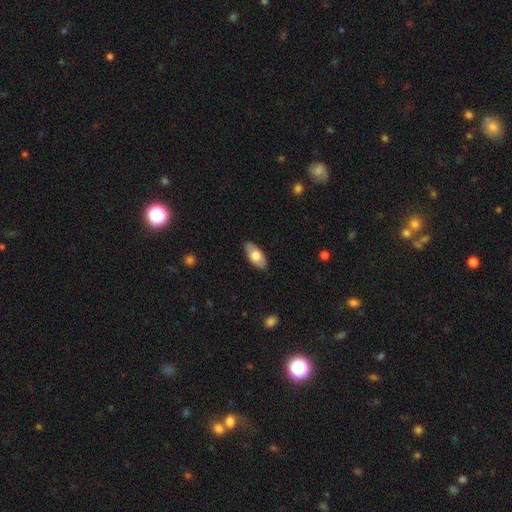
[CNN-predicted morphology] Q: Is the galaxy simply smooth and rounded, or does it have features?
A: smooth — 68%.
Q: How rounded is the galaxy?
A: in between — 91%.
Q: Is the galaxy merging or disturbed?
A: none — 86%.